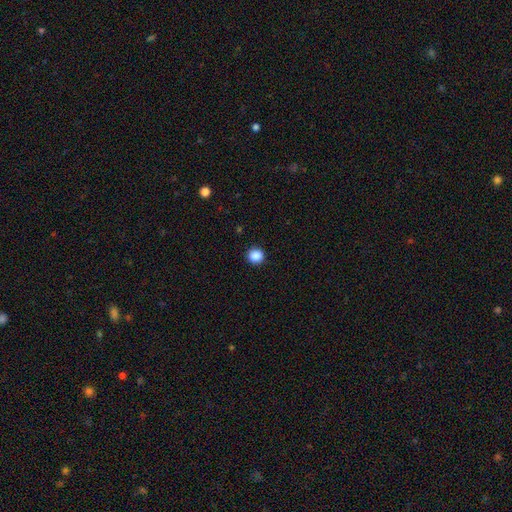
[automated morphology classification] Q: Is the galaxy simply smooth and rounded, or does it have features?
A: smooth — 88%.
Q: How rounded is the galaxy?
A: round — 92%.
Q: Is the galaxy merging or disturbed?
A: none — 92%.